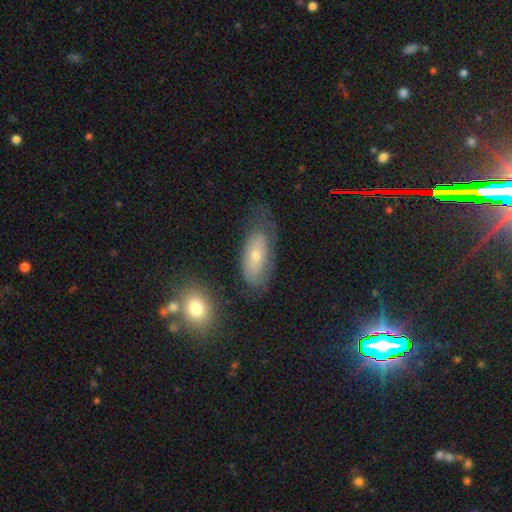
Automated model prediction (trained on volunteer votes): A smooth galaxy with no disk features (50%) that is in between round and cigar-shaped (86%).

Vote fractions:
- Smooth or featured? smooth: 50% / featured or disk: 40% / star or artifact: 9%
- How rounded? in between: 86% / cigar-shaped: 9% / round: 5%
- Merging? none: 53% / minor disturbance: 28% / major disturbance: 17% / merger: 3%